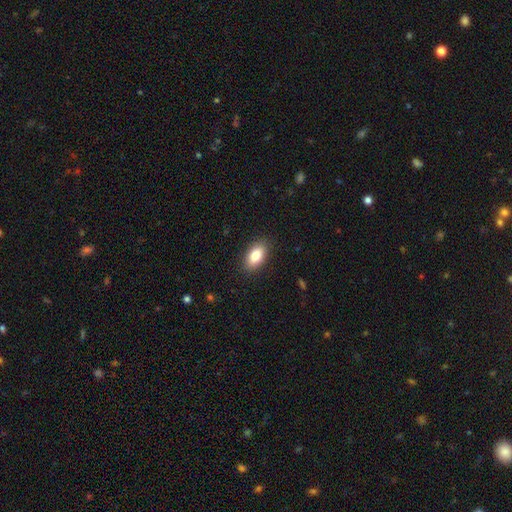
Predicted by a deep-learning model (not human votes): This appears to be a smooth galaxy with no disk features (84%) that is in between round and cigar-shaped (92%). Merging: none (89%).